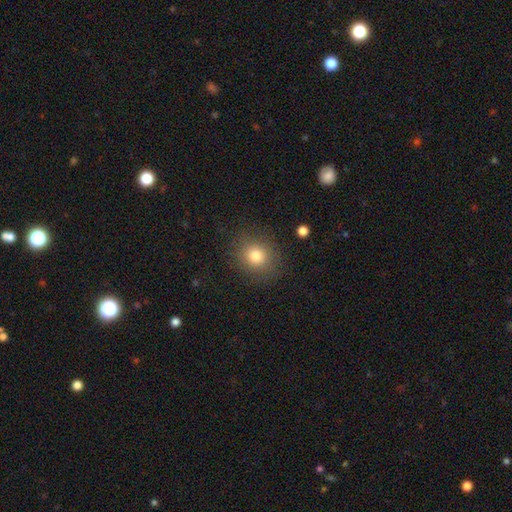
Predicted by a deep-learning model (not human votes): smooth_or_featured: smooth (p=0.81) [alt: star or artifact p=0.11]
how_rounded: round (p=0.73) [alt: in between p=0.26]
merging: none (p=0.85) [alt: minor disturbance p=0.10]